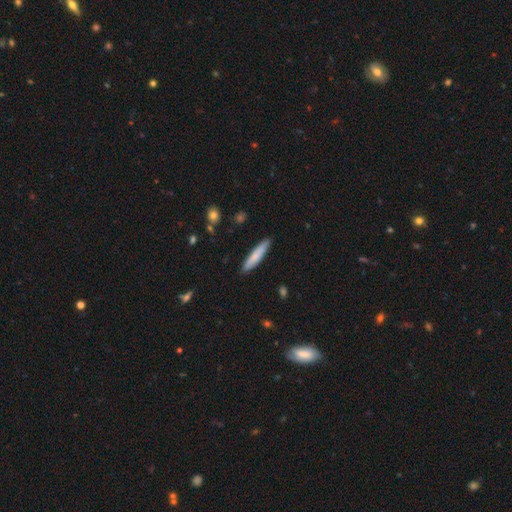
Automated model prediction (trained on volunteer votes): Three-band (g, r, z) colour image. It shows a smooth galaxy with no disk features (76%) that is cigar-shaped (89%). Merging: none (89%).